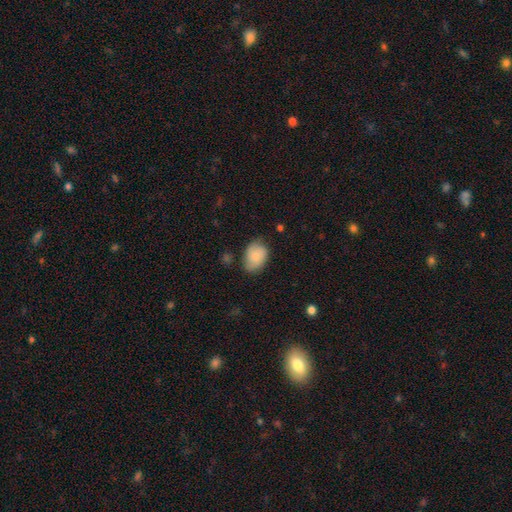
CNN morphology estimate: This is likely a smooth galaxy (77%). How rounded: clearly in between (82%). Merging: likely none (67%).